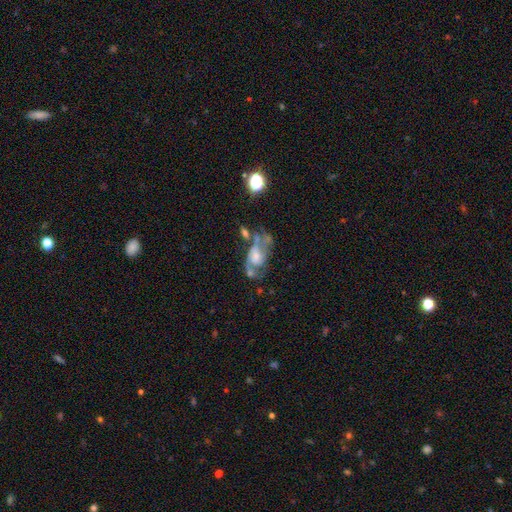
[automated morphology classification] This is likely a featured or disk galaxy (69%). It is clearly not viewed edge-on (95%). Bar: likely no (65%). Spiral arm pattern: likely yes (74%). Central bulge: marginally moderate (35%). Merging: marginally major disturbance (32%).